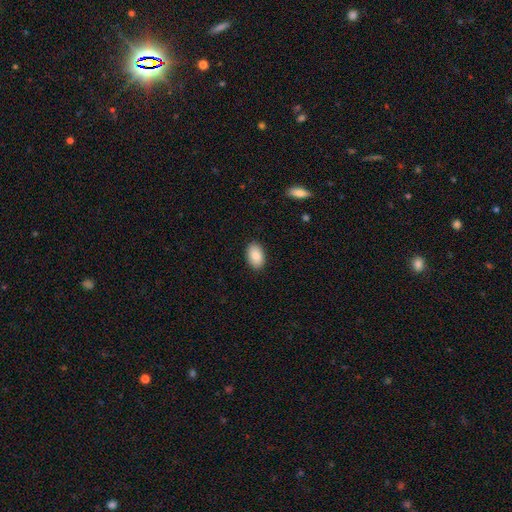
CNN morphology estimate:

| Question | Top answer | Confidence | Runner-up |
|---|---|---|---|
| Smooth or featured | smooth | 89% | star or artifact (6%) |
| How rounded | in between | 92% | round (7%) |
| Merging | none | 90% | minor disturbance (8%) |